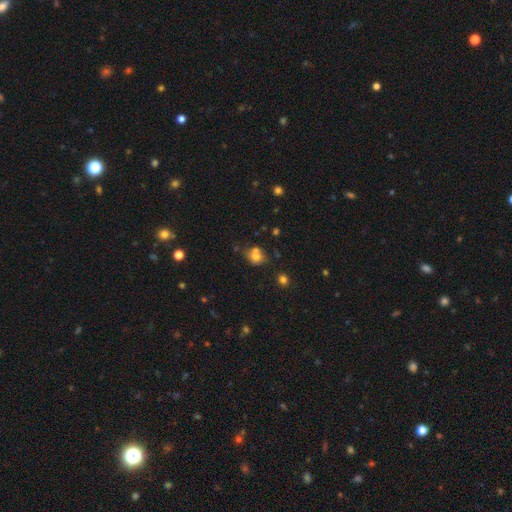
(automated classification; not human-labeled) Q: Smooth or featured?
A: smooth (70%); runner-up: star or artifact (15%)
Q: How rounded?
A: round (69%); runner-up: in between (30%)
Q: Merging?
A: none (48%); runner-up: merger (31%)